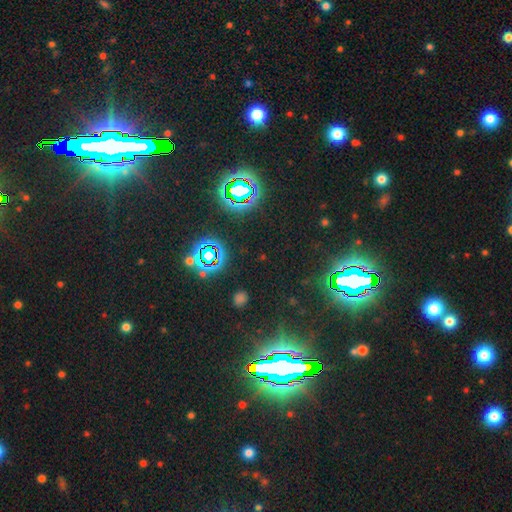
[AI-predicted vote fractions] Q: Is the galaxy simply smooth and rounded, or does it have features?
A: star or artifact — 82%.